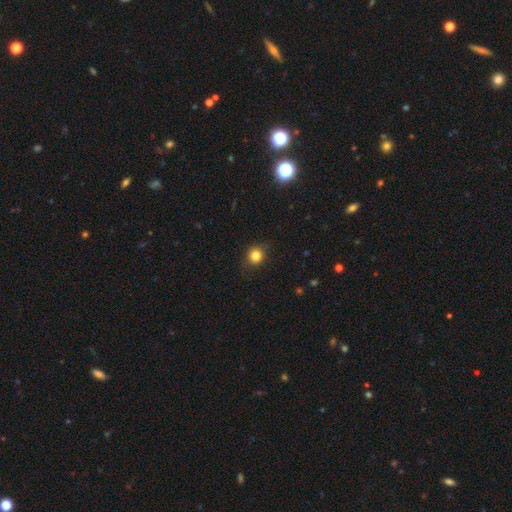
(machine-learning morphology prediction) Q: Smooth or featured?
A: smooth (82%); runner-up: star or artifact (12%)
Q: How rounded?
A: round (82%); runner-up: in between (17%)
Q: Merging?
A: none (83%); runner-up: minor disturbance (13%)